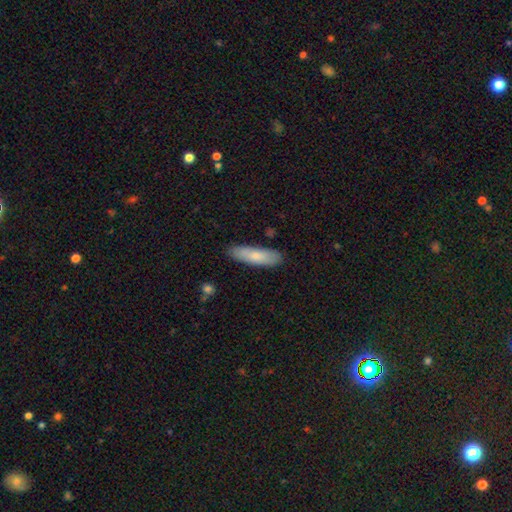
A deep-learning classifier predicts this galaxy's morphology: Smooth or featured? smooth (76%)
How rounded? cigar-shaped (61%)
Merging? none (85%)